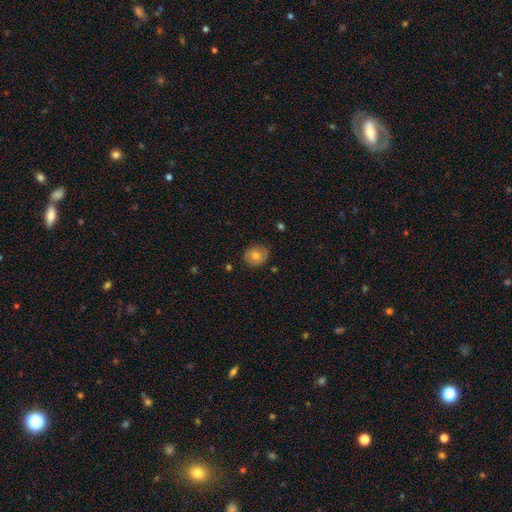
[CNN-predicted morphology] type=smooth (61%); roundness=round (59%); merging=none (77%).